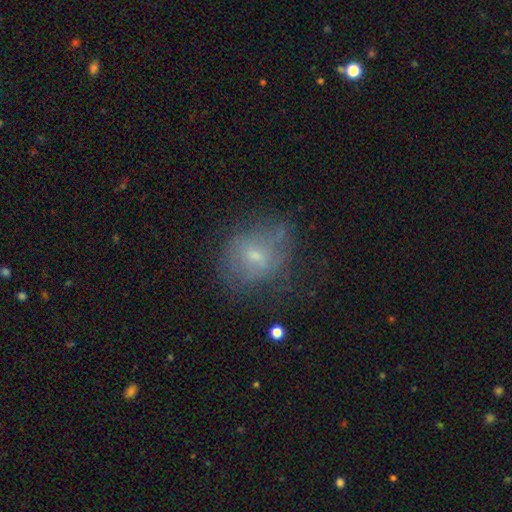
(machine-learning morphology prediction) Smooth or featured: smooth — 50% (featured or disk — 37%)
How rounded: round — 60% (in between — 39%)
Merging: none — 53% (minor disturbance — 26%)